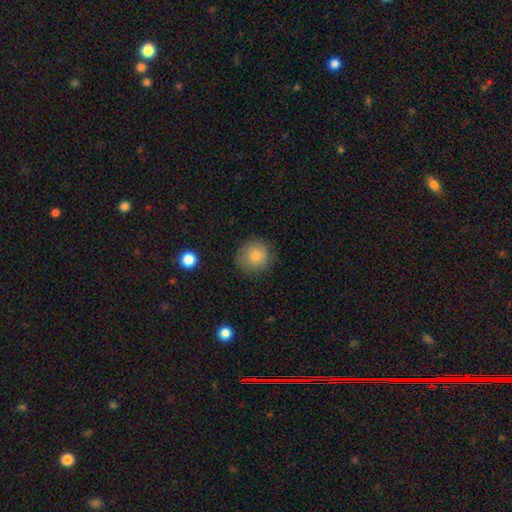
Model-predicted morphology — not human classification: smooth_or_featured: smooth (p=0.83) [alt: star or artifact p=0.09]
how_rounded: round (p=0.90) [alt: in between p=0.09]
merging: none (p=0.84) [alt: minor disturbance p=0.12]